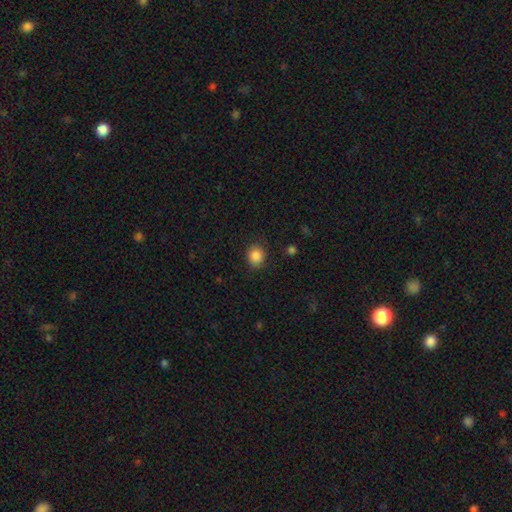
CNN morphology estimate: The model was most divided on "how rounded": round: 76%, in between: 23%, cigar-shaped: 1%. More confident: smooth or featured — smooth (87%); merging — none (86%).